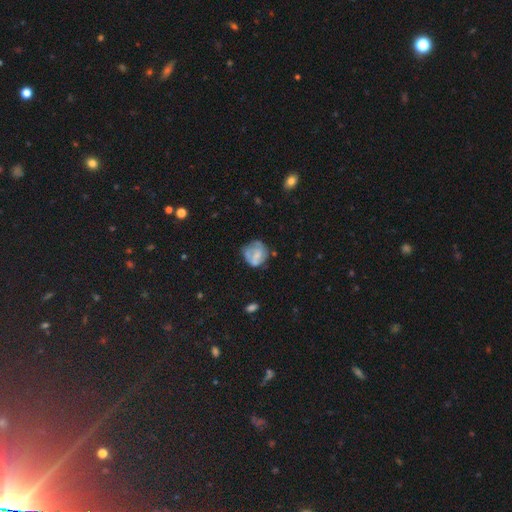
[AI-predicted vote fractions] smooth_or_featured: smooth (p=0.47) [alt: featured or disk p=0.44]
merging: none (p=0.49) [alt: minor disturbance p=0.29]